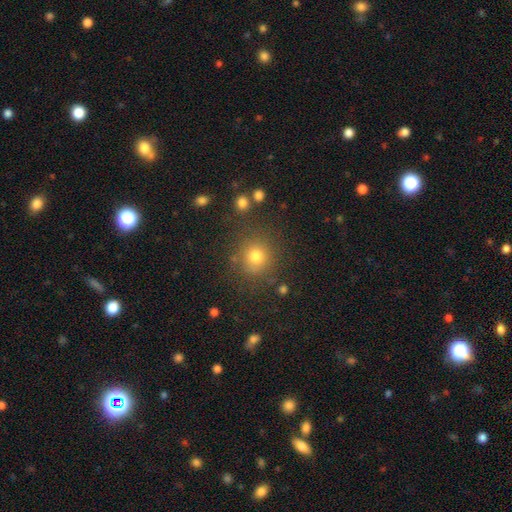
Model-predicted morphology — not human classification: Q: Smooth or featured?
A: smooth (75%); runner-up: star or artifact (17%)
Q: How rounded?
A: round (92%); runner-up: in between (8%)
Q: Merging?
A: none (83%); runner-up: minor disturbance (9%)